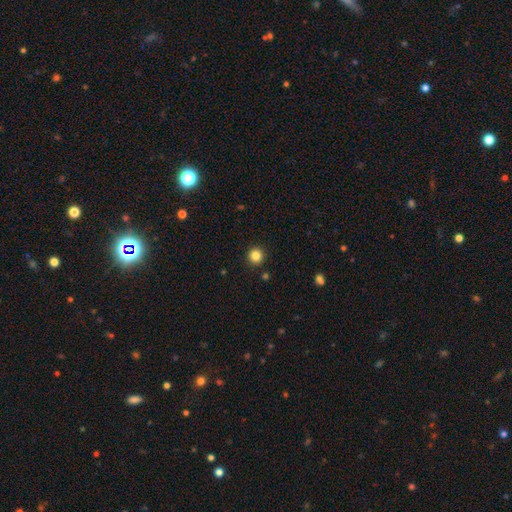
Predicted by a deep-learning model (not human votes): Smooth or featured? Predicted: smooth (p=0.84). How rounded? Predicted: round (p=0.95). Merging? Predicted: none (p=0.92).